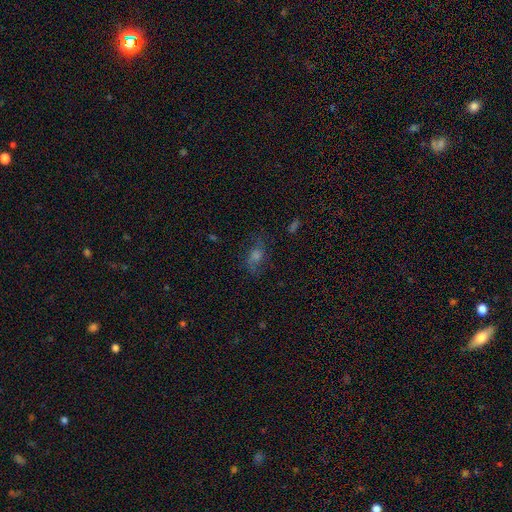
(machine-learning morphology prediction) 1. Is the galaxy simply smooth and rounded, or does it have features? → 38% smooth, 35% featured or disk, 27% star or artifact.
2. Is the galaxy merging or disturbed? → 71% none, 18% minor disturbance, 10% major disturbance, 2% merger.